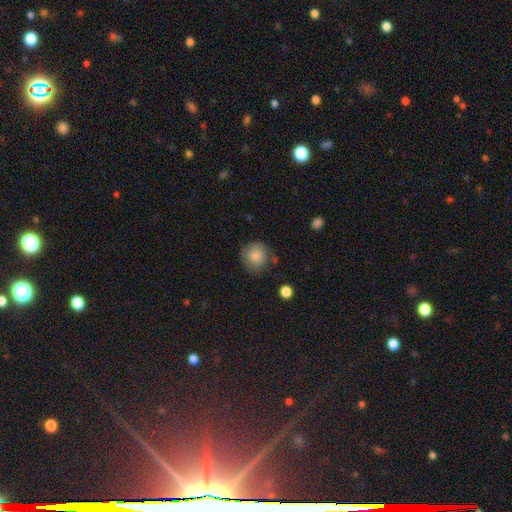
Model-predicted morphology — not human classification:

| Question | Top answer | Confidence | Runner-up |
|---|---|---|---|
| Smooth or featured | smooth | 79% | featured or disk (13%) |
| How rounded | round | 86% | in between (13%) |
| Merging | none | 63% | minor disturbance (24%) |